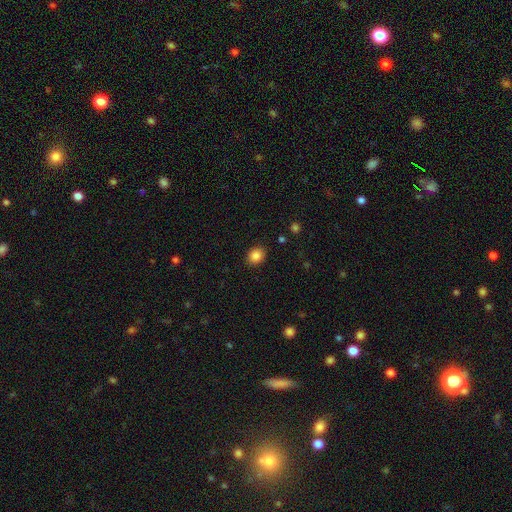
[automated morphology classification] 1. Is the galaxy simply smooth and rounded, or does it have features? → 86% smooth, 10% star or artifact, 4% featured or disk.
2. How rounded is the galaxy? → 58% round, 41% in between, 1% cigar-shaped.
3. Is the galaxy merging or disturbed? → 89% none, 8% minor disturbance, 2% major disturbance, 1% merger.